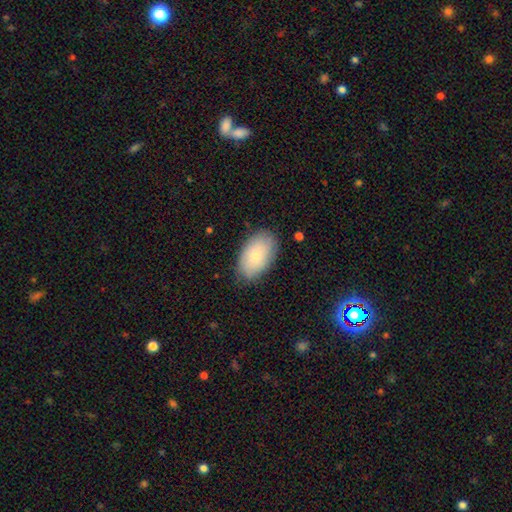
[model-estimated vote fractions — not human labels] Smooth or featured? Predicted: smooth (p=0.75). How rounded? Predicted: in between (p=0.93). Merging? Predicted: none (p=0.81).